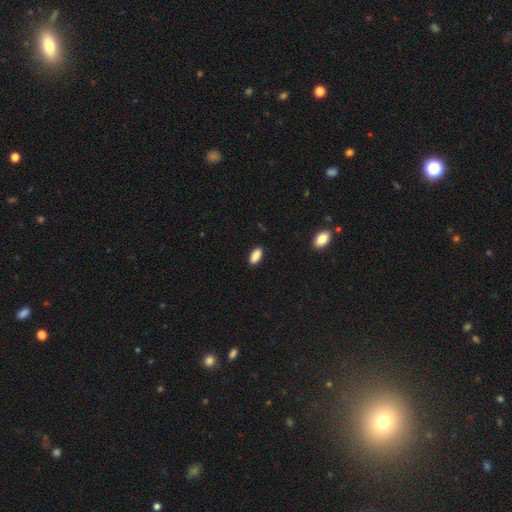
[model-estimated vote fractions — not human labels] A smooth galaxy with no disk features (89%) that is in between round and cigar-shaped (87%). Merging: none (88%).